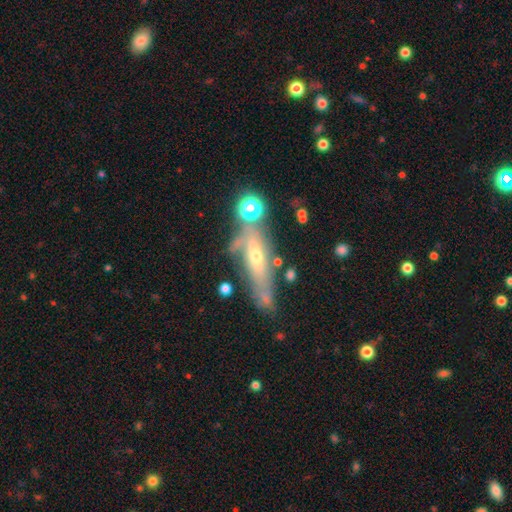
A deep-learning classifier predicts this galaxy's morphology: Smooth or featured? Predicted: featured or disk (p=0.68). Edge-on disk? Predicted: no (p=0.51). Merging? Predicted: none (p=0.55).